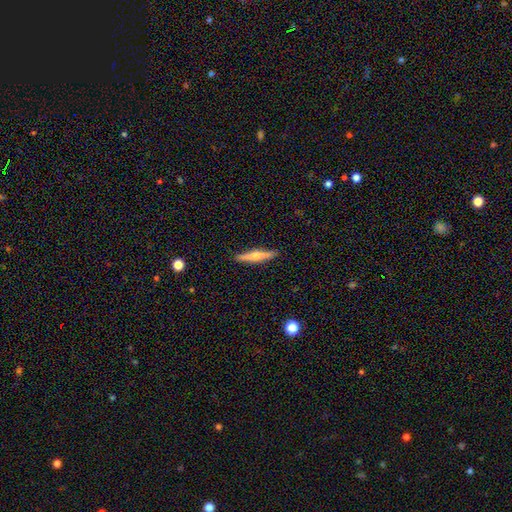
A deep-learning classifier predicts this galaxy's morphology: Overall: smooth (48%; featured or disk 46%). Merging: none (90%).